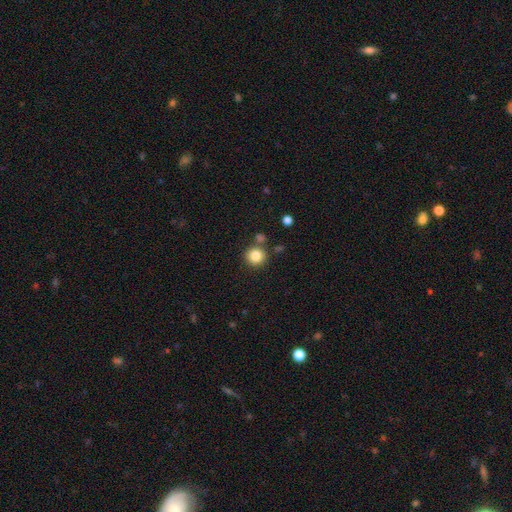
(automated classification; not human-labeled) A smooth galaxy with no disk features (84%) that is round (92%). Merging: none (79%).